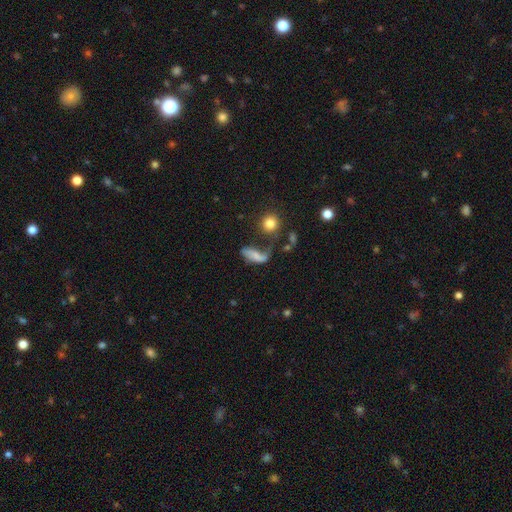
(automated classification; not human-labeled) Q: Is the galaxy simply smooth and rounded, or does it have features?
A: smooth — 46%.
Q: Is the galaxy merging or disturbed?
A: major disturbance — 37%.